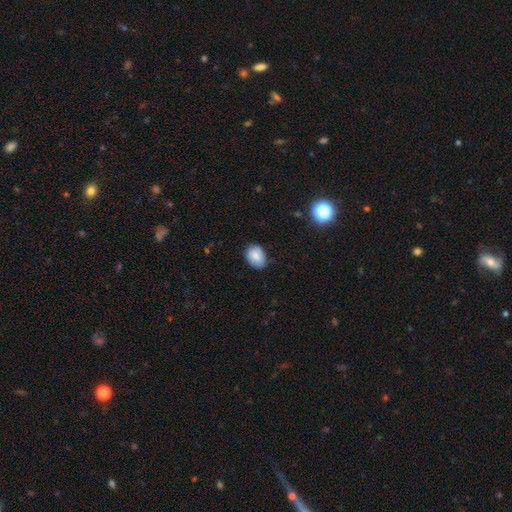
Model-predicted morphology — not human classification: smooth 84%, star or artifact 9%, featured or disk 8%. Down the decision tree: how rounded — in between (68%); merging — none (72%).